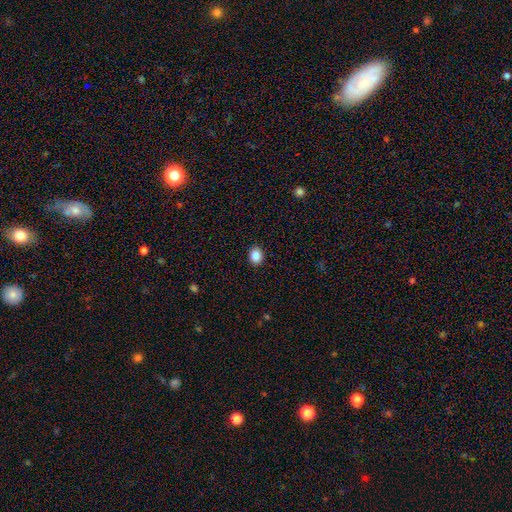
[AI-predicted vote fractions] Morphology: type=smooth (87%); roundness=in between (51%); merging=none (91%).